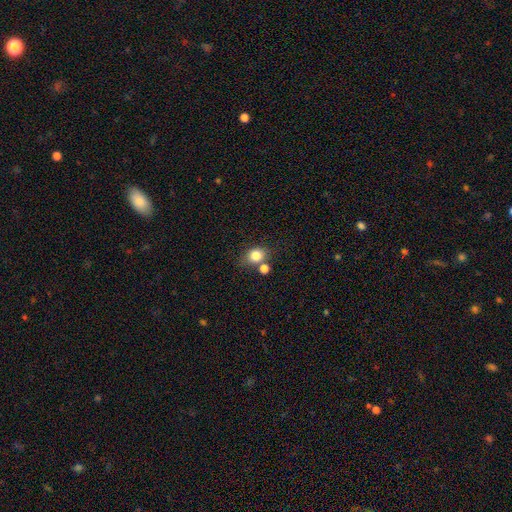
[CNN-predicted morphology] This is clearly a smooth galaxy (81%). How rounded: possibly round (54%). Merging: likely none (61%).